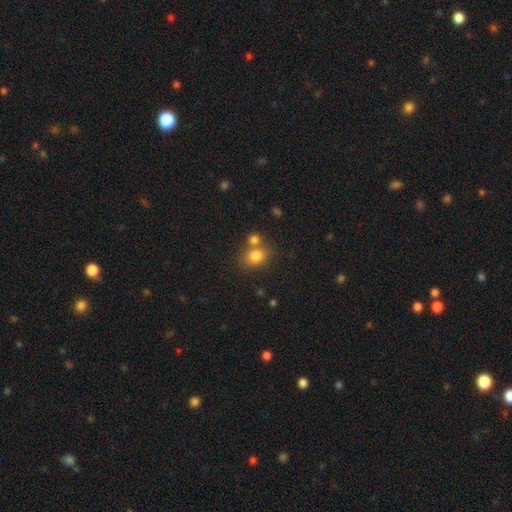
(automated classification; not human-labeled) Morphology: type=smooth (80%); roundness=round (57%); merging=none (55%).